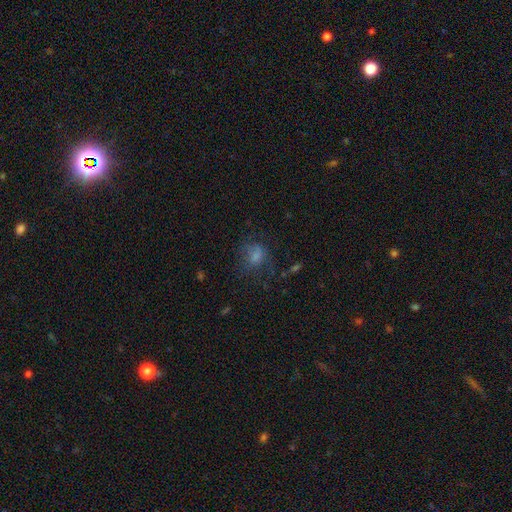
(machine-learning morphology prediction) A smooth galaxy with no disk features (55%) that is round (51%).

Vote fractions:
- Smooth or featured? smooth: 55% / star or artifact: 26% / featured or disk: 19%
- How rounded? round: 51% / in between: 47% / cigar-shaped: 2%
- Merging? none: 59% / minor disturbance: 20% / major disturbance: 19% / merger: 2%